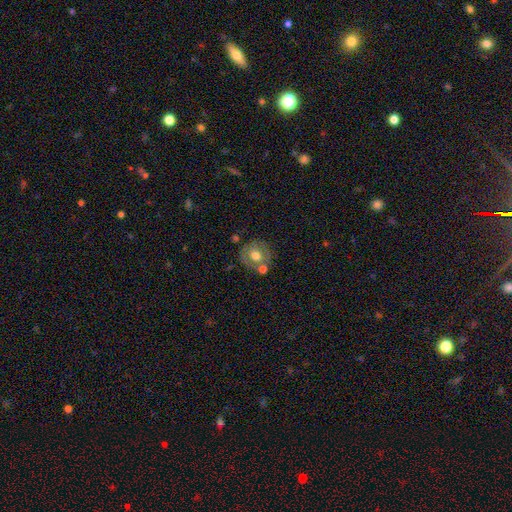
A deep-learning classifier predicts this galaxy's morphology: Smooth or featured?
  - smooth: 57% *
  - featured or disk: 34%
  - star or artifact: 9%
How rounded?
  - round: 85% *
  - in between: 14%
  - cigar-shaped: 1%
Merging?
  - none: 65% *
  - merger: 17%
  - minor disturbance: 14%
  - major disturbance: 5%